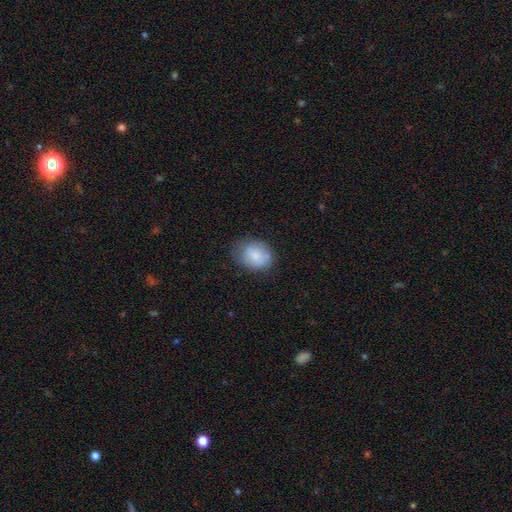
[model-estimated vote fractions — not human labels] This appears to be a smooth galaxy with no disk features (78%) that is in between round and cigar-shaped (52%). Merging: none (61%).